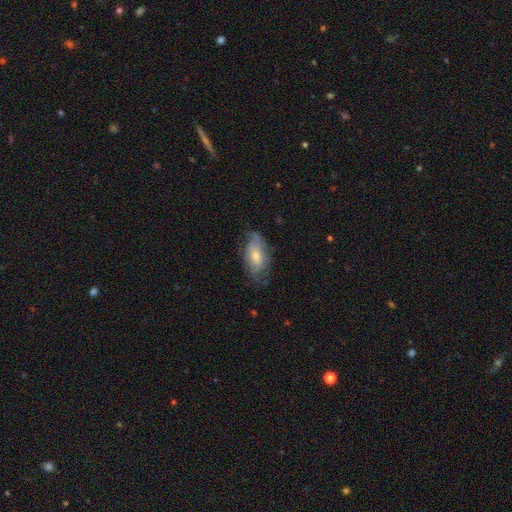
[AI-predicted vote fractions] Smooth or featured: featured or disk — 57% (smooth — 35%)
Edge-on disk: no — 89% (yes — 11%)
Bar: no — 70% (weak — 25%)
Spiral arms: yes — 78% (no — 22%)
Bulge size: moderate — 51% (small — 40%)
Merging: none — 65% (minor disturbance — 24%)